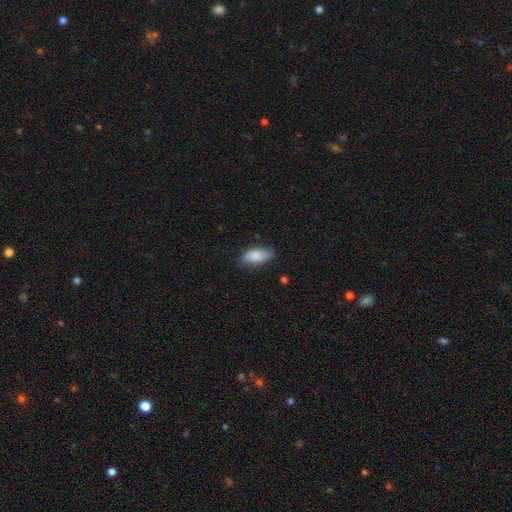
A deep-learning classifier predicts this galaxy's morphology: A smooth galaxy with no disk features (82%) that is in between round and cigar-shaped (87%).

Vote fractions:
- Smooth or featured? smooth: 82% / featured or disk: 12% / star or artifact: 6%
- How rounded? in between: 87% / cigar-shaped: 11% / round: 3%
- Merging? none: 76% / minor disturbance: 19% / major disturbance: 3% / merger: 1%